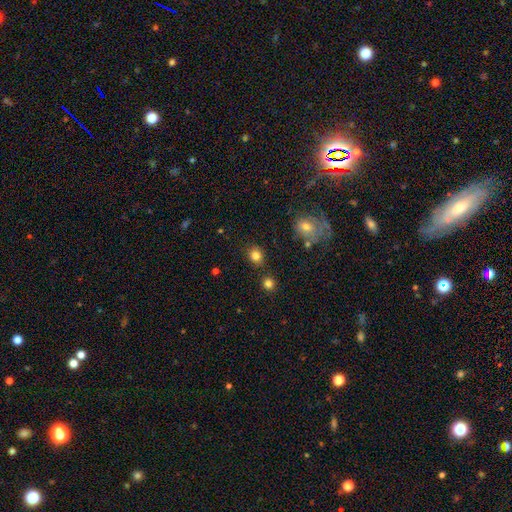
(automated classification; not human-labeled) A smooth galaxy with no disk features (82%) that is round (77%). Merging: none (82%).